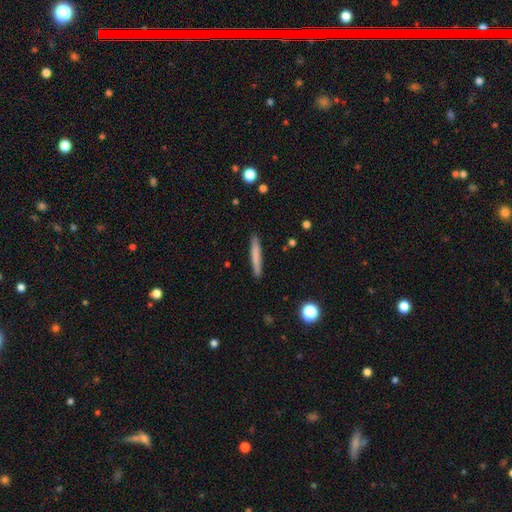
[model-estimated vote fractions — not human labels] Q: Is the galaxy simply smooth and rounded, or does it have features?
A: smooth — 72%.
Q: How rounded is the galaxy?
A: cigar-shaped — 96%.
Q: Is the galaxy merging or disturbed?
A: none — 90%.